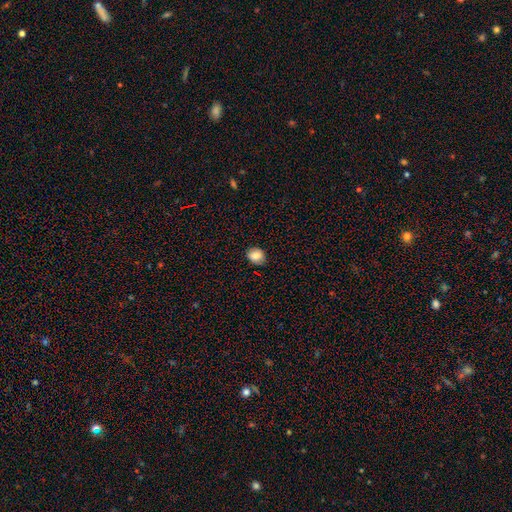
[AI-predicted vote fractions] Overall: smooth (84%). How rounded: round (59%; in between 40%). Merging: none (83%).